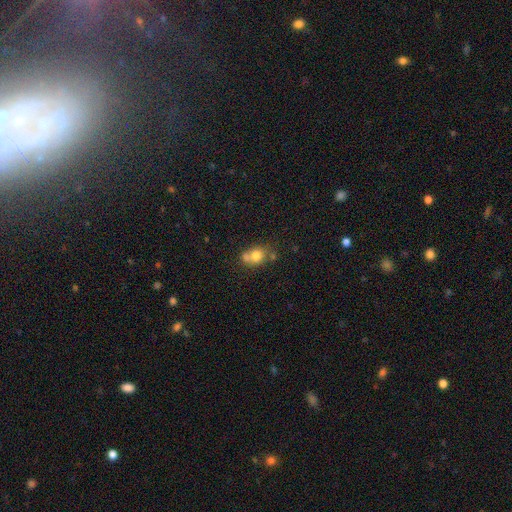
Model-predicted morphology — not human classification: This appears to be a smooth galaxy with no disk features (75%) that is round (57%). Merging: none (41%).